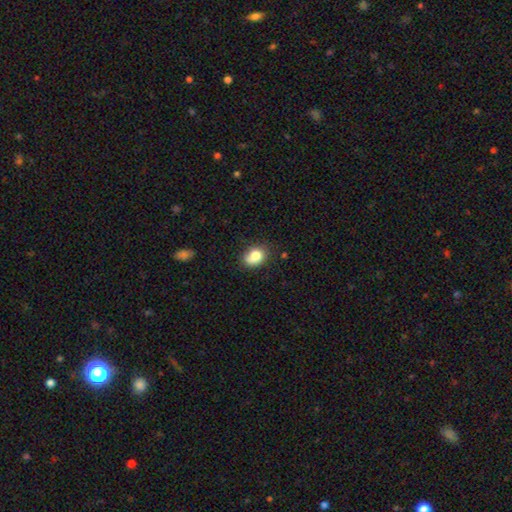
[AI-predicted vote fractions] The model was most divided on "how rounded": in between: 56%, round: 43%, cigar-shaped: 1%. More confident: smooth or featured — smooth (80%); merging — none (61%).